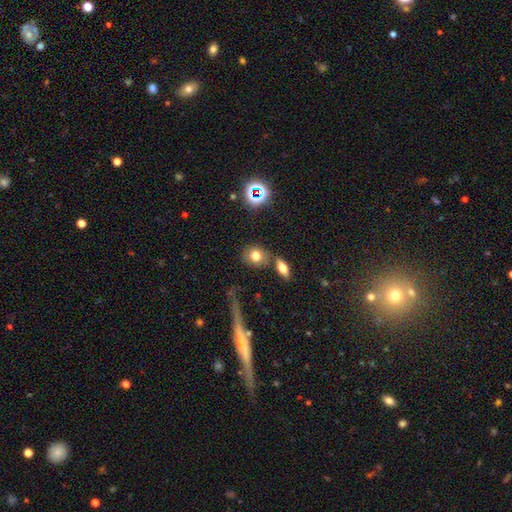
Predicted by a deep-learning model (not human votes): This is likely a smooth galaxy (75%). How rounded: likely round (63%). Merging: likely none (69%).